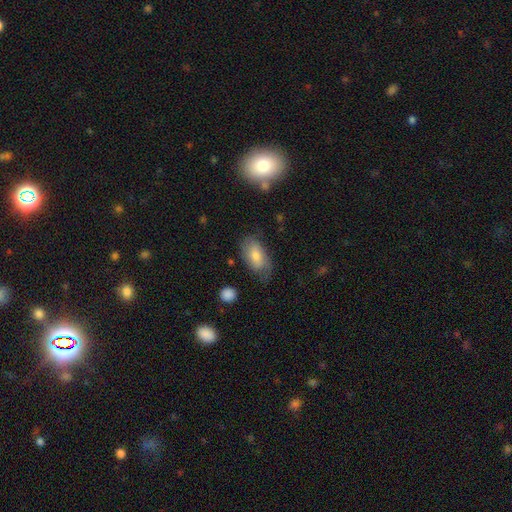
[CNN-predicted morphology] This appears to be a smooth galaxy with no disk features (58%) that is in between round and cigar-shaped (91%). Merging: none (59%).